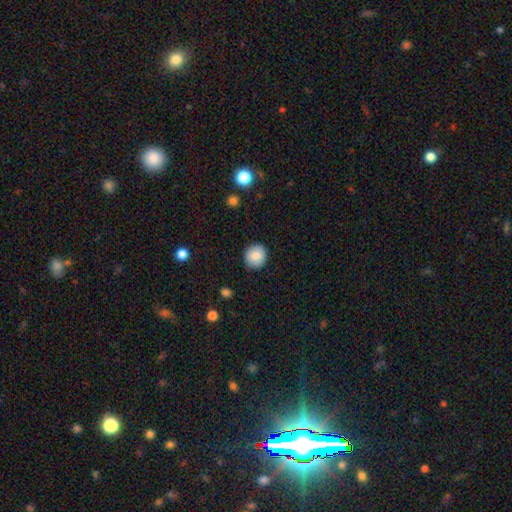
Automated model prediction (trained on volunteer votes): Q: Smooth or featured?
A: smooth (86%); runner-up: star or artifact (8%)
Q: How rounded?
A: round (88%); runner-up: in between (11%)
Q: Merging?
A: none (89%); runner-up: minor disturbance (8%)